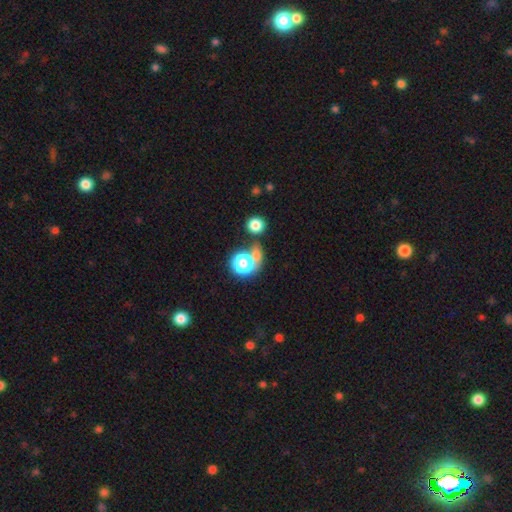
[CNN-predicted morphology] A smooth galaxy with no disk features (66%) that is round (73%). Merging: none (42%).